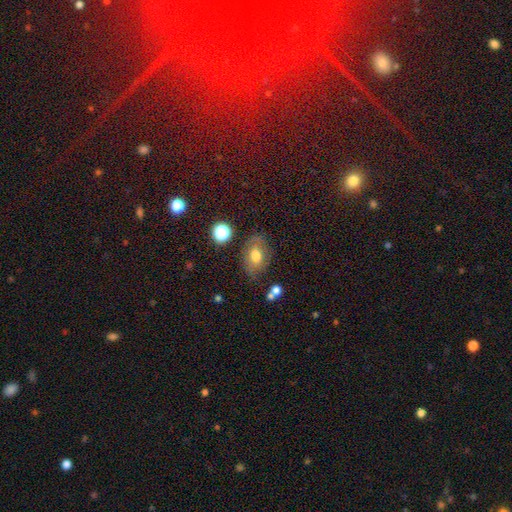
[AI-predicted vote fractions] Q: Smooth or featured?
A: smooth (65%); runner-up: featured or disk (24%)
Q: How rounded?
A: in between (79%); runner-up: round (19%)
Q: Merging?
A: none (67%); runner-up: minor disturbance (20%)